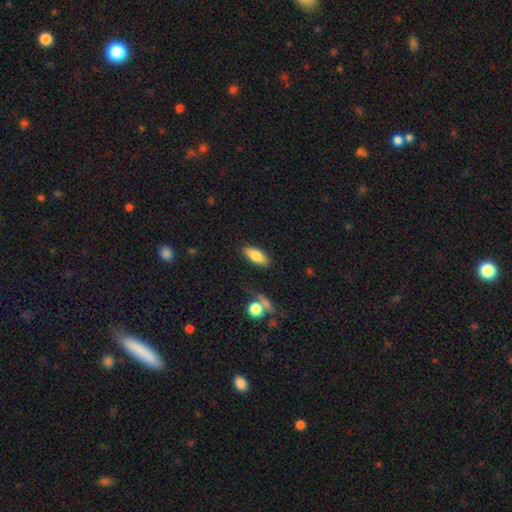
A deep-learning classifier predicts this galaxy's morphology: type=smooth (81%); roundness=in between (77%); merging=none (84%).